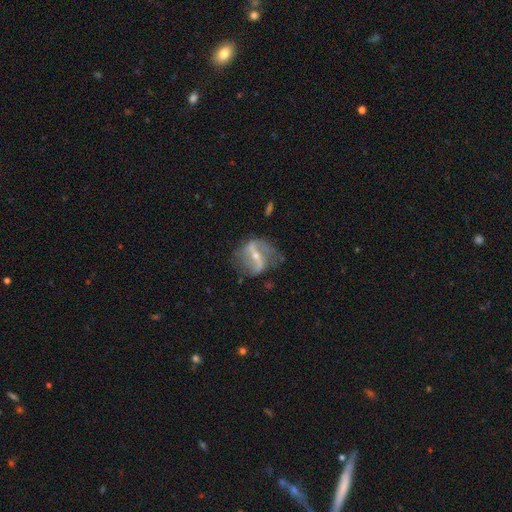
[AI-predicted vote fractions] A featured or disk galaxy (83%) with a strong bar (64%), 2 (86%) loose (63%) spiral arms (85%) and a small central bulge (60%).

Vote fractions:
- Smooth or featured? featured or disk: 83% / smooth: 10% / star or artifact: 7%
- Edge-on disk? no: 93% / yes: 7%
- Bar? strong: 64% / weak: 25% / no: 12%
- Spiral arms? yes: 85% / no: 15%
- Spiral winding? loose: 63% / medium: 28% / tight: 9%
- Spiral arm count? 2: 86% / can't tell: 6% / 1: 4% / 3: 1% / 4: 1% / more than 4: 1%
- Bulge size? small: 60% / moderate: 37% / none: 2% / large: 1% / dominant: 1%
- Merging? none: 65% / minor disturbance: 20% / major disturbance: 12% / merger: 3%